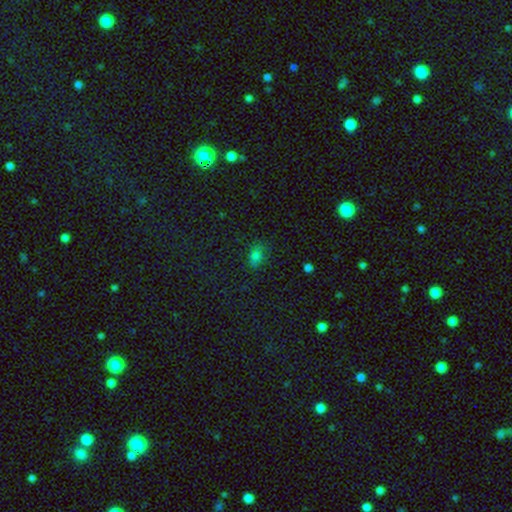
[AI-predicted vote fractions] This is likely a smooth galaxy (74%). How rounded: likely in between (78%). Merging: likely none (76%).